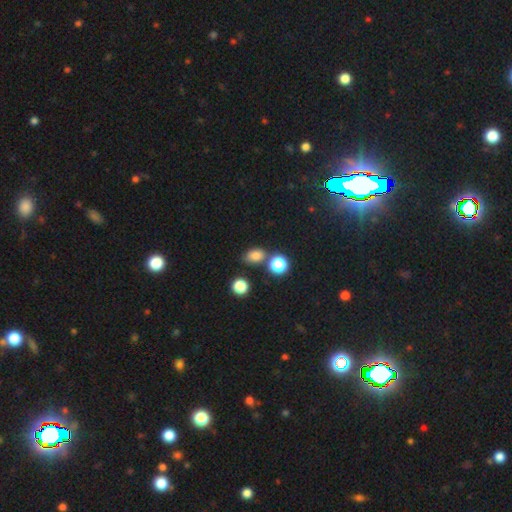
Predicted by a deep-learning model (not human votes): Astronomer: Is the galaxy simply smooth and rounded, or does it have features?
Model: smooth — 75%.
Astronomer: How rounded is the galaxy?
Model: in between — 66%.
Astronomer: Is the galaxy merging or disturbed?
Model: none — 70%.